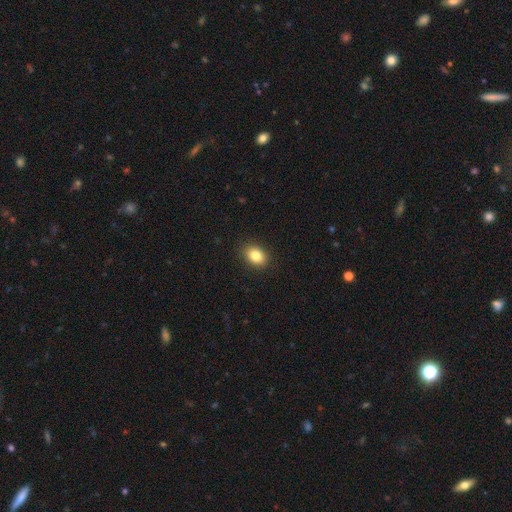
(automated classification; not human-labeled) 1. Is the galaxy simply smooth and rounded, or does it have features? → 84% smooth, 9% star or artifact, 7% featured or disk.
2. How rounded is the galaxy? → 72% in between, 27% round, 1% cigar-shaped.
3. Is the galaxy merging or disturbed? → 89% none, 8% minor disturbance, 2% major disturbance, 1% merger.